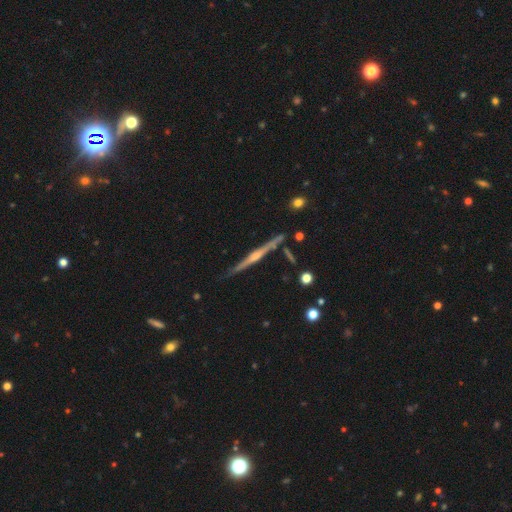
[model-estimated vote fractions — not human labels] Smooth or featured?
  - featured or disk: 81% *
  - smooth: 13%
  - star or artifact: 6%
Edge-on disk?
  - yes: 98% *
  - no: 2%
Edge-on bulge?
  - rounded: 75% *
  - none: 16%
  - boxy: 9%
Merging?
  - none: 84% *
  - minor disturbance: 10%
  - merger: 3%
  - major disturbance: 2%